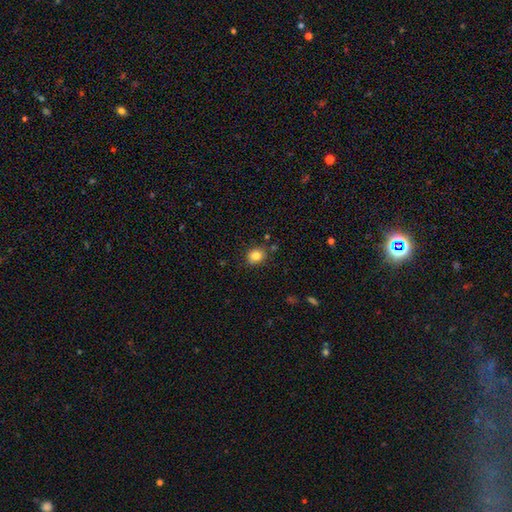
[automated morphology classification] A smooth galaxy with no disk features (83%) that is round (68%).

Vote fractions:
- Smooth or featured? smooth: 83% / star or artifact: 10% / featured or disk: 6%
- How rounded? round: 68% / in between: 32% / cigar-shaped: 1%
- Merging? none: 80% / minor disturbance: 13% / merger: 4% / major disturbance: 3%